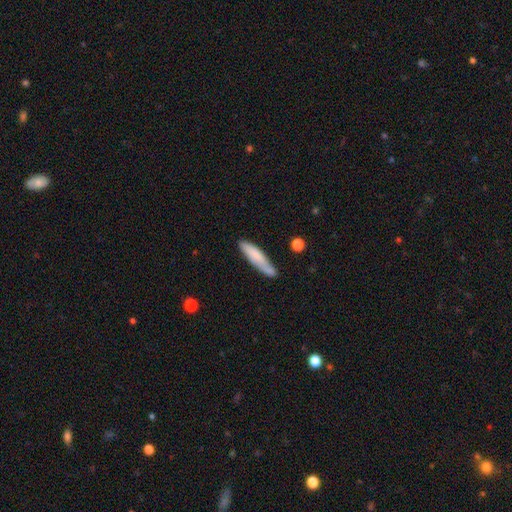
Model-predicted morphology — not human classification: type=smooth (73%); roundness=cigar-shaped (83%); merging=none (69%).